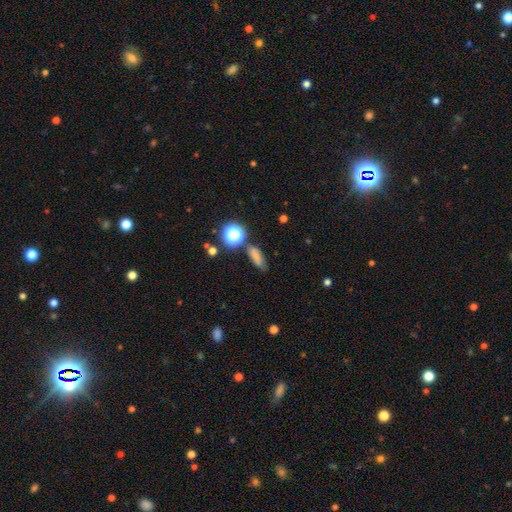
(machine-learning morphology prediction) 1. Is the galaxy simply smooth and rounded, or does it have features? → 72% smooth, 18% star or artifact, 10% featured or disk.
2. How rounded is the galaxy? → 58% in between, 25% cigar-shaped, 17% round.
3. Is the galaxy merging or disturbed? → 66% none, 20% minor disturbance, 8% merger, 7% major disturbance.